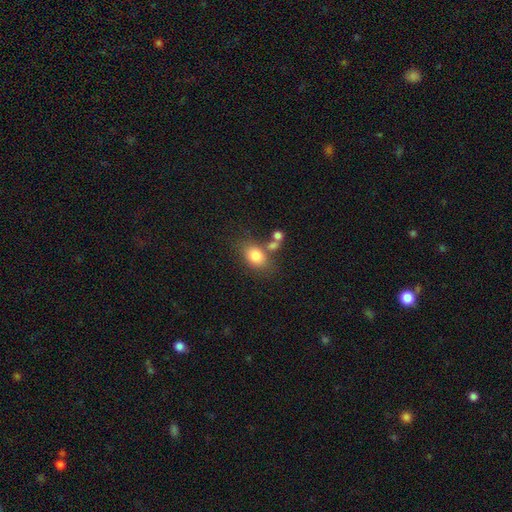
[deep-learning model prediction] This appears to be a smooth galaxy with no disk features (80%) that is in between round and cigar-shaped (71%). Merging: none (60%).